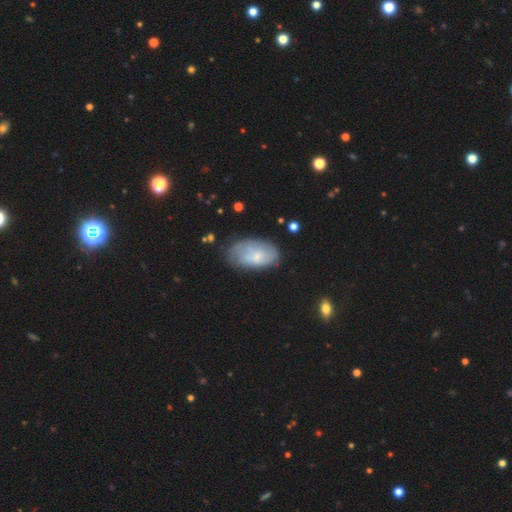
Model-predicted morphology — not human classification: smooth-or-featured: smooth: 56% | featured or disk: 37% | star or artifact: 7%
  how-rounded: in between: 93% | round: 5% | cigar-shaped: 2%
  merging: none: 57% | minor disturbance: 30% | major disturbance: 11% | merger: 3%